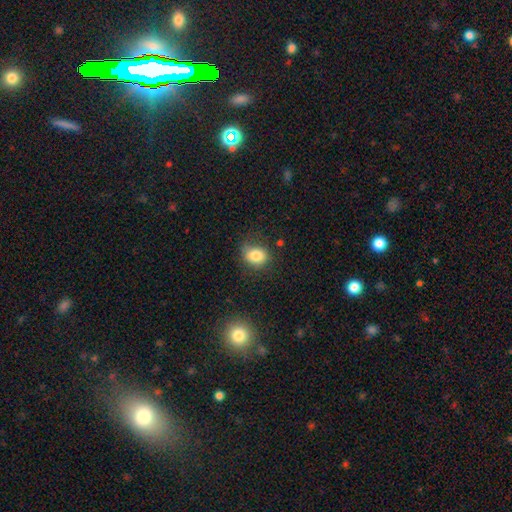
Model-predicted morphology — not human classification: Overall: smooth (82%). How rounded: in between (51%; round 48%). Merging: none (66%).